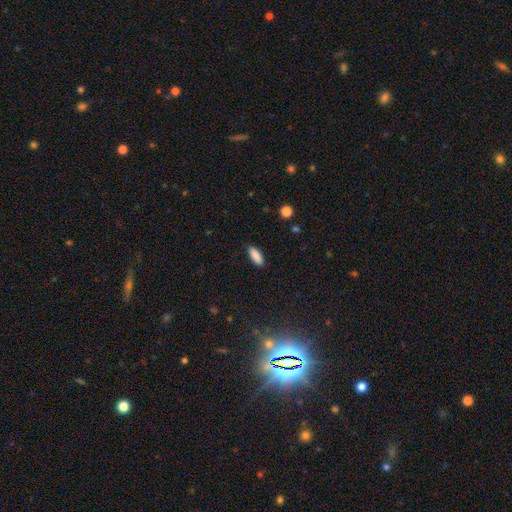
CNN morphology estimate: Smooth or featured: smooth — 89% (star or artifact — 7%)
How rounded: in between — 73% (cigar-shaped — 25%)
Merging: none — 89% (minor disturbance — 8%)